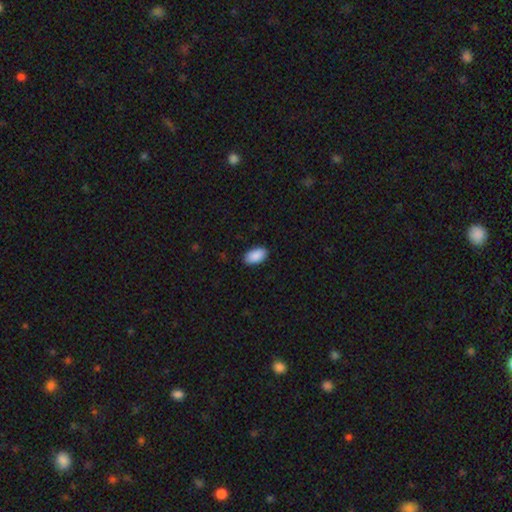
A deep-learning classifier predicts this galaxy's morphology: This is clearly a smooth galaxy (91%). How rounded: clearly in between (95%). Merging: clearly none (89%).